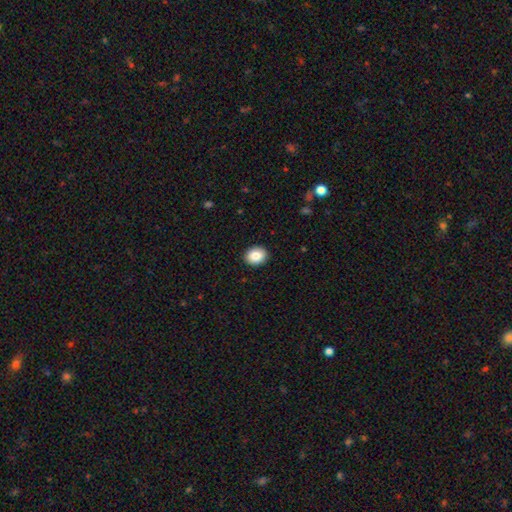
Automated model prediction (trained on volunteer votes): smooth-or-featured: smooth: 85% | star or artifact: 8% | featured or disk: 6%
  how-rounded: round: 50% | in between: 49% | cigar-shaped: 1%
  merging: none: 92% | minor disturbance: 6% | major disturbance: 2% | merger: 1%